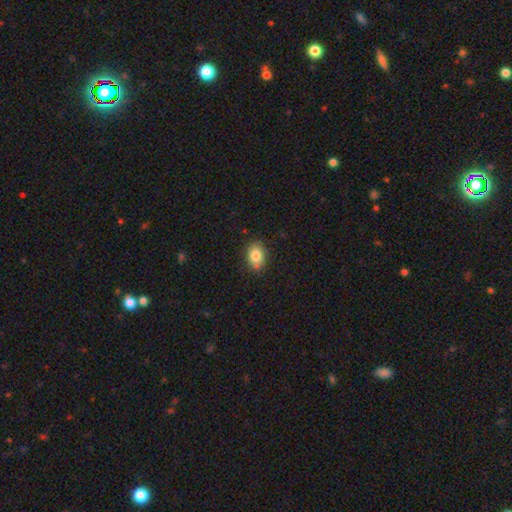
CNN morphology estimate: Smooth or featured? smooth (82%)
How rounded? in between (63%)
Merging? none (79%)